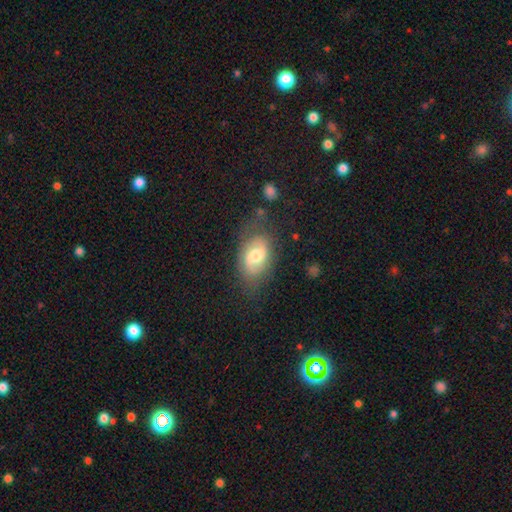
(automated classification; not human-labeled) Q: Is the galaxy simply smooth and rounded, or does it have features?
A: featured or disk — 49%.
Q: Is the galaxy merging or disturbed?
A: none — 66%.